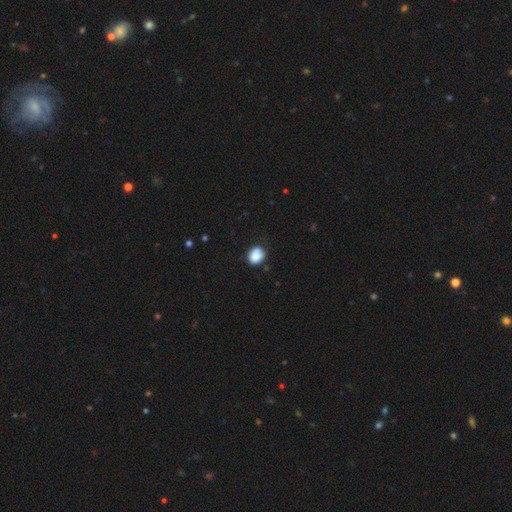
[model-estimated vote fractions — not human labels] Q: Smooth or featured?
A: smooth (84%); runner-up: star or artifact (9%)
Q: How rounded?
A: round (56%); runner-up: in between (43%)
Q: Merging?
A: none (69%); runner-up: minor disturbance (23%)